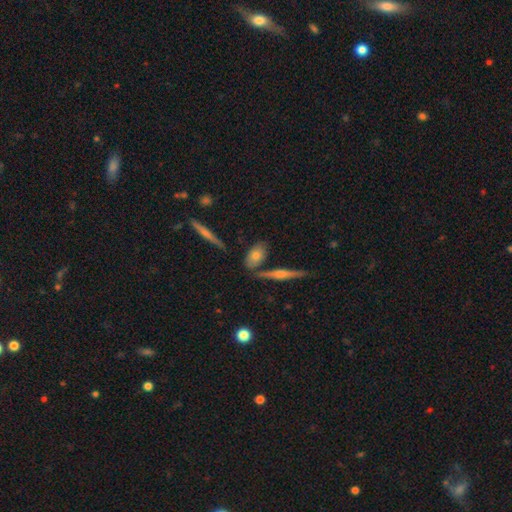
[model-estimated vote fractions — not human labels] This appears to be a smooth galaxy with no disk features (63%) that is in between round and cigar-shaped (78%). Merging: none (72%).